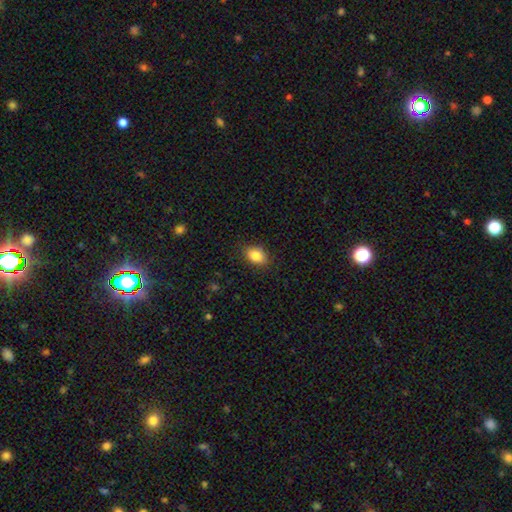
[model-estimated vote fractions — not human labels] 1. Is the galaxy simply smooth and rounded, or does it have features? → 86% smooth, 8% star or artifact, 6% featured or disk.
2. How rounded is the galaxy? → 82% in between, 17% round, 1% cigar-shaped.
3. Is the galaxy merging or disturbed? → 87% none, 10% minor disturbance, 2% major disturbance, 1% merger.